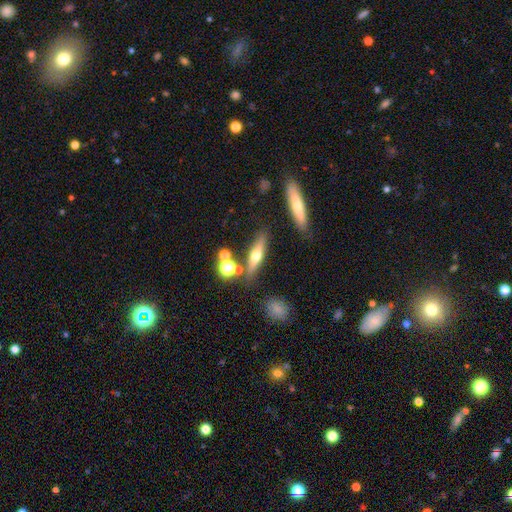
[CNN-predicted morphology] Smooth or featured? featured or disk (49%)
Merging? none (77%)